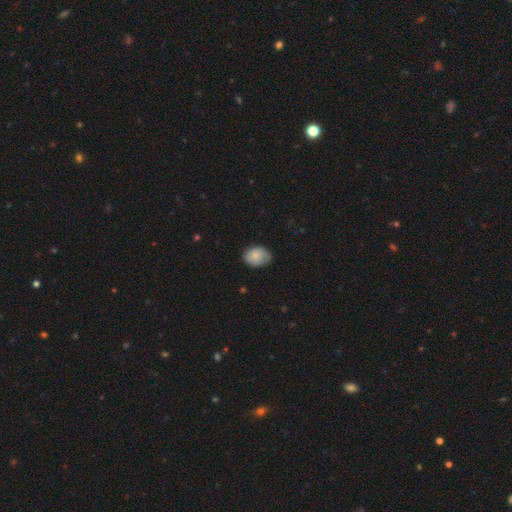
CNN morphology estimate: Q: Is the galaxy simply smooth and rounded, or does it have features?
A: smooth — 78%.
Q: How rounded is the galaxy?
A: in between — 70%.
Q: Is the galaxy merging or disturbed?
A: none — 66%.